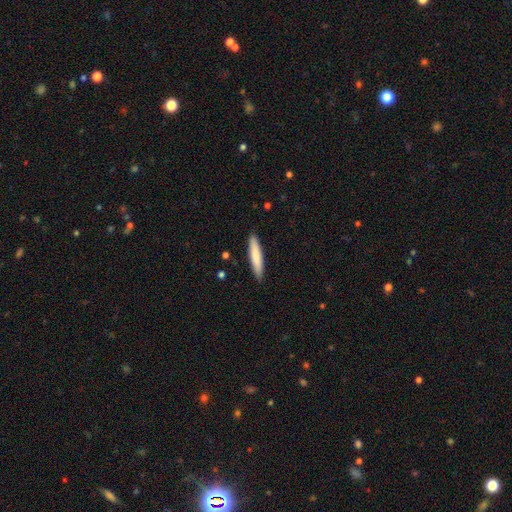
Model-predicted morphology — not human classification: Smooth or featured: smooth — 81% (featured or disk — 14%)
How rounded: cigar-shaped — 87% (in between — 12%)
Merging: none — 90% (minor disturbance — 8%)